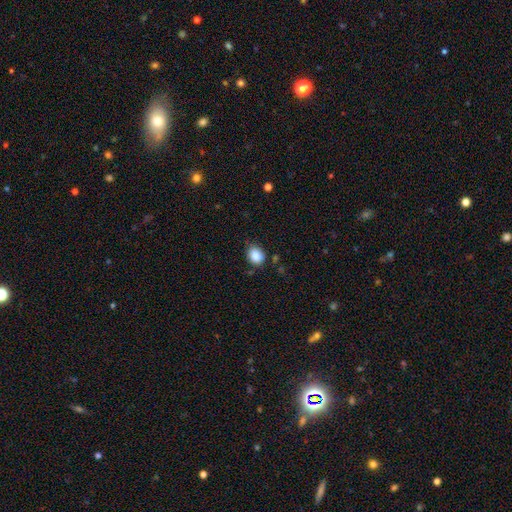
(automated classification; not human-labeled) A smooth galaxy with no disk features (86%) that is round (50%).

Vote fractions:
- Smooth or featured? smooth: 86% / star or artifact: 9% / featured or disk: 5%
- How rounded? round: 50% / in between: 49% / cigar-shaped: 1%
- Merging? none: 77% / minor disturbance: 17% / major disturbance: 3% / merger: 3%